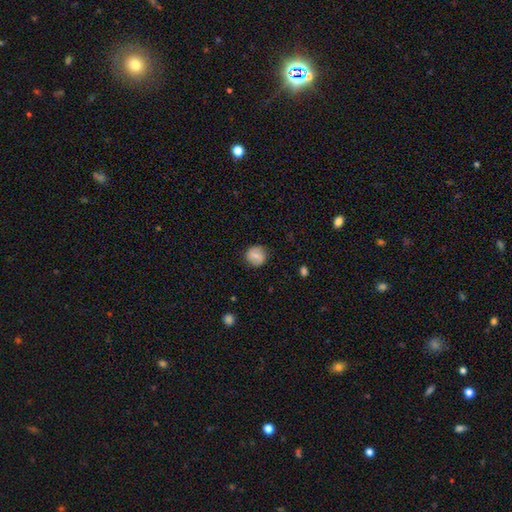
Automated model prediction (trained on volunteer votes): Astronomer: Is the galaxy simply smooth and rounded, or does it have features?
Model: smooth — 69%.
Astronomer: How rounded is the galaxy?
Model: round — 90%.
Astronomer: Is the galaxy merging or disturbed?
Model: none — 86%.